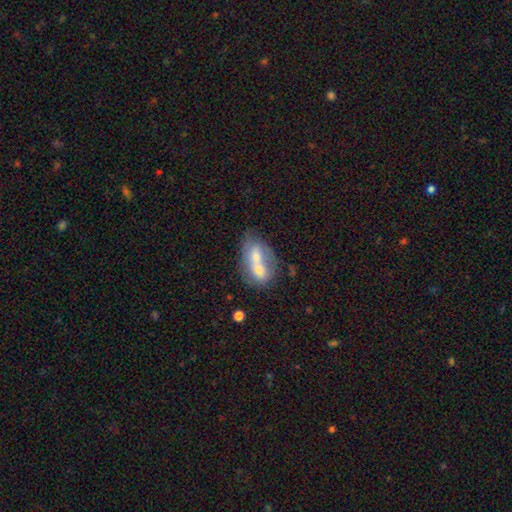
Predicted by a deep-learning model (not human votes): Smooth or featured: smooth — 61% (featured or disk — 32%)
How rounded: in between — 78% (round — 15%)
Merging: merger — 70% (none — 17%)